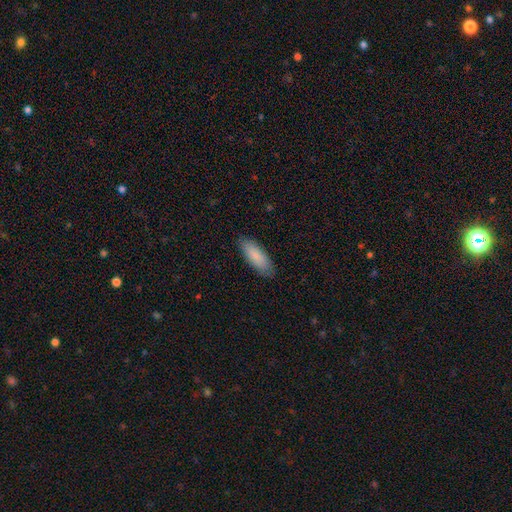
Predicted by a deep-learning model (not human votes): A smooth galaxy with no disk features (87%) that is in between round and cigar-shaped (66%). Merging: none (87%).